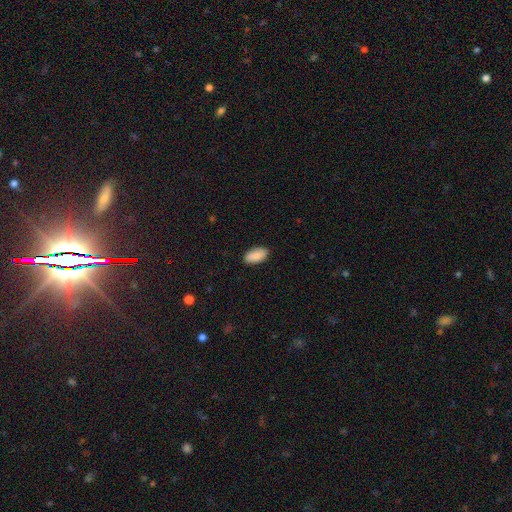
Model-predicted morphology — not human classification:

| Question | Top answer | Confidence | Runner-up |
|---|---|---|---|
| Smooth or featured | smooth | 90% | star or artifact (6%) |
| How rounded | in between | 94% | cigar-shaped (3%) |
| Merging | none | 88% | minor disturbance (9%) |